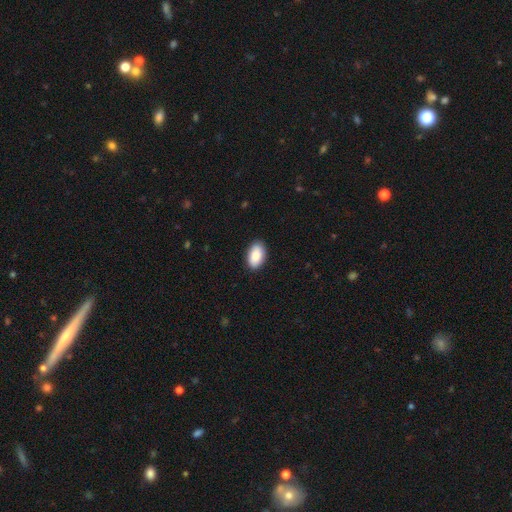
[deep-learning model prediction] Morphology: type=smooth (86%); roundness=in between (94%); merging=none (89%).